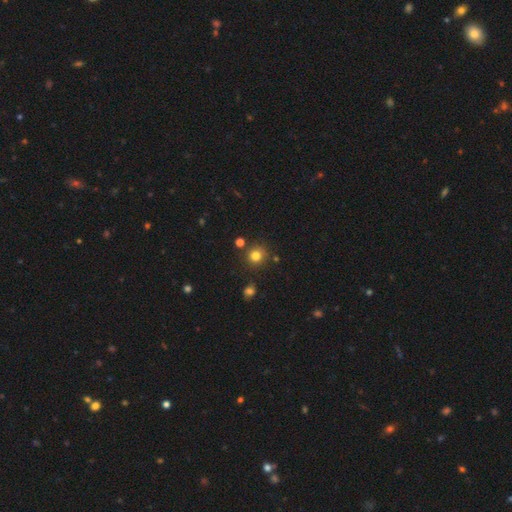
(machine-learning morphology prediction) The model was most divided on "smooth or featured": smooth: 79%, star or artifact: 14%, featured or disk: 6%. More confident: how rounded — round (90%); merging — none (82%).